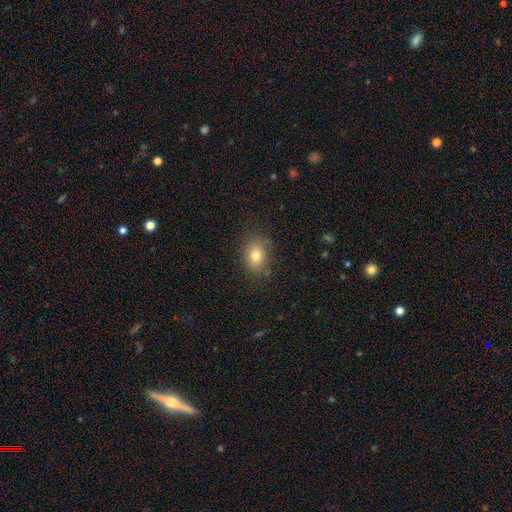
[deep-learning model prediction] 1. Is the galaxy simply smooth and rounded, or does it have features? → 78% smooth, 11% star or artifact, 11% featured or disk.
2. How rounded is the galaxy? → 64% in between, 34% round, 1% cigar-shaped.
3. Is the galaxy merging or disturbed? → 77% none, 16% minor disturbance, 5% major disturbance, 2% merger.